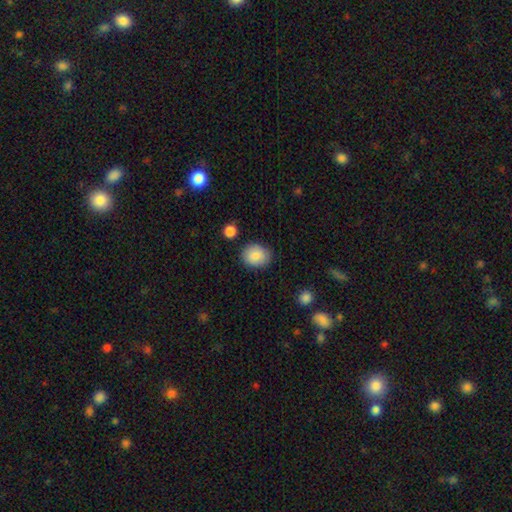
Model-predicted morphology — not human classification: smooth_or_featured: smooth (p=0.85) [alt: featured or disk p=0.08]
how_rounded: round (p=0.58) [alt: in between p=0.41]
merging: none (p=0.84) [alt: minor disturbance p=0.11]